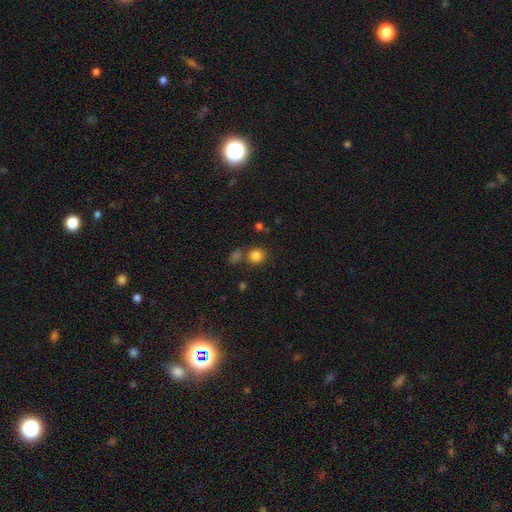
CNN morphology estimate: This is clearly a smooth galaxy (83%). How rounded: clearly round (82%). Merging: likely none (74%).